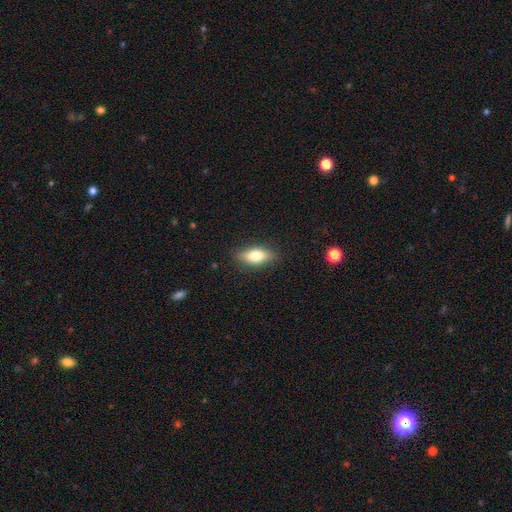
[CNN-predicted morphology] Smooth or featured? smooth (72%)
How rounded? in between (75%)
Merging? none (86%)